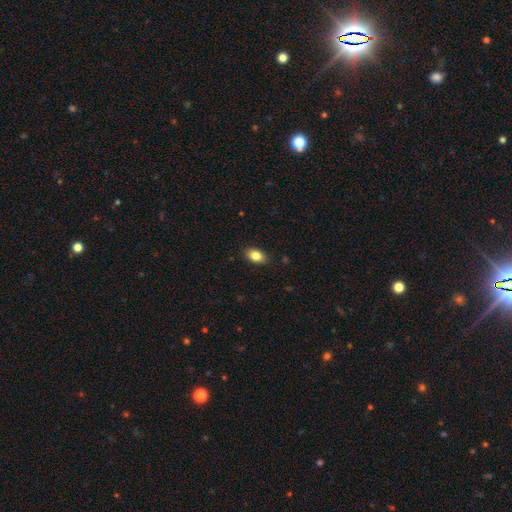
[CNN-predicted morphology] smooth-or-featured: smooth: 84% | star or artifact: 8% | featured or disk: 7%
  how-rounded: in between: 85% | round: 13% | cigar-shaped: 2%
  merging: none: 86% | minor disturbance: 11% | major disturbance: 2% | merger: 1%